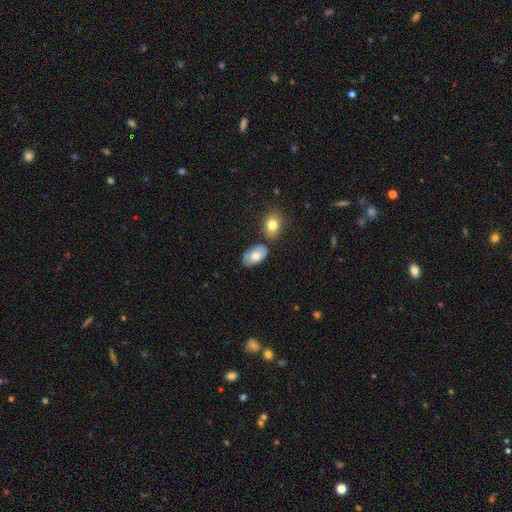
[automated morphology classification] Smooth or featured?
  - smooth: 73% *
  - featured or disk: 21%
  - star or artifact: 6%
How rounded?
  - in between: 94% *
  - round: 5%
  - cigar-shaped: 2%
Merging?
  - none: 67% *
  - minor disturbance: 16%
  - merger: 13%
  - major disturbance: 4%